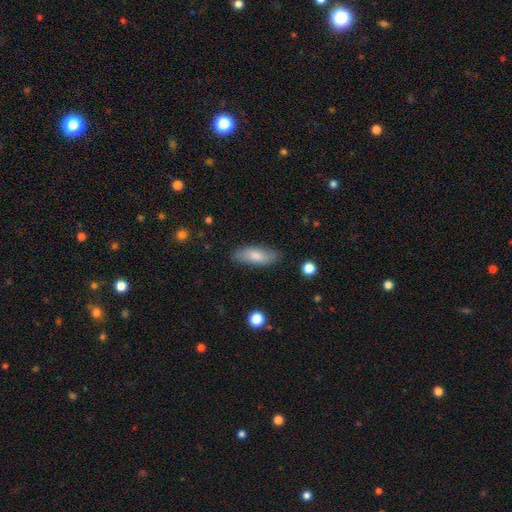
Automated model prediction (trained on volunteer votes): A smooth galaxy with no disk features (78%) that is in between round and cigar-shaped (73%). Merging: none (83%).